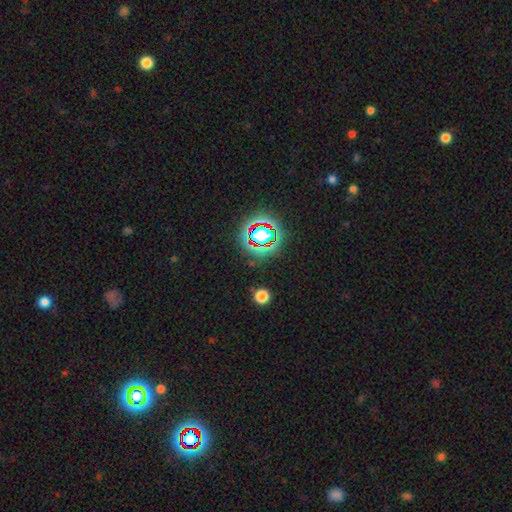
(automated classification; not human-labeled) The model was most divided on "smooth or featured": star or artifact: 79%, smooth: 12%, featured or disk: 9%.